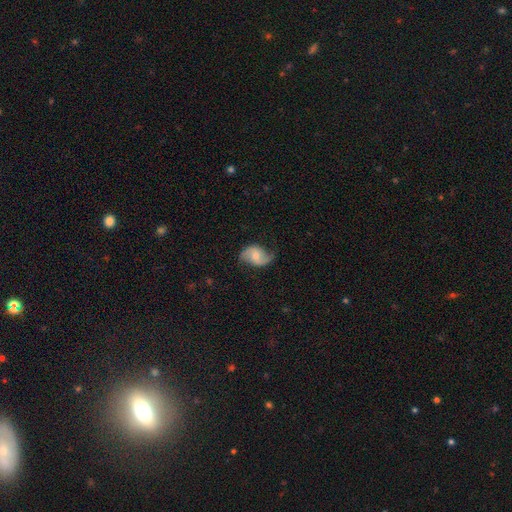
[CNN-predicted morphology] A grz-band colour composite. It shows a featured or disk galaxy (73%) with no bar (54%), 2 (90%) loose (56%) spiral arms (93%) and a moderate central bulge (59%). Merging: none (71%).